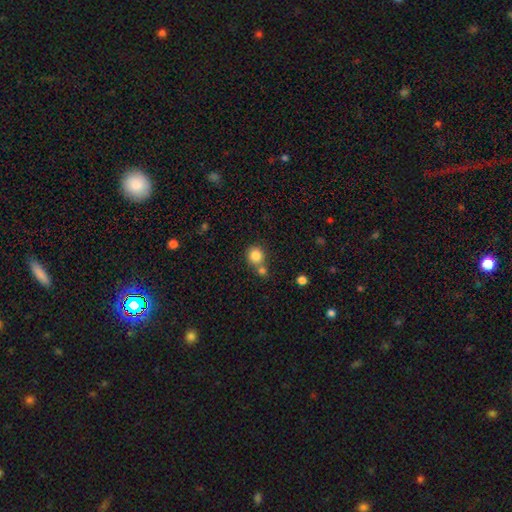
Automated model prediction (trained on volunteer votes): Smooth or featured? smooth (83%)
How rounded? round (89%)
Merging? none (58%)